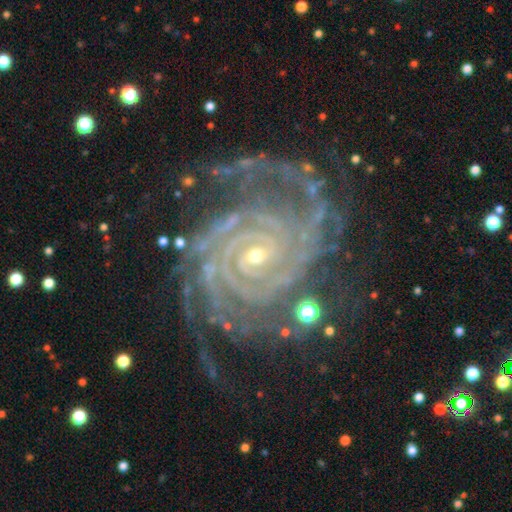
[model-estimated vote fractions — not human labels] A featured or disk galaxy (93%) with no bar (50%), 2 (20%, tied with 4) tight (83%) spiral arms (99%) and a small central bulge (68%).

Vote fractions:
- Smooth or featured? featured or disk: 93% / star or artifact: 5% / smooth: 2%
- Edge-on disk? no: 98% / yes: 2%
- Bar? no: 50% / weak: 32% / strong: 18%
- Spiral arms? yes: 99% / no: 1%
- Spiral winding? tight: 83% / medium: 14% / loose: 2%
- Spiral arm count? 2: 20% (tied) / 4: 20% (tied) / 3: 18% / more than 4: 17% / can't tell: 16% / 1: 8%
- Bulge size? small: 68% / moderate: 29% / large: 1% / none: 1% / dominant: 1%
- Merging? none: 65% / minor disturbance: 20% / major disturbance: 12% / merger: 3%